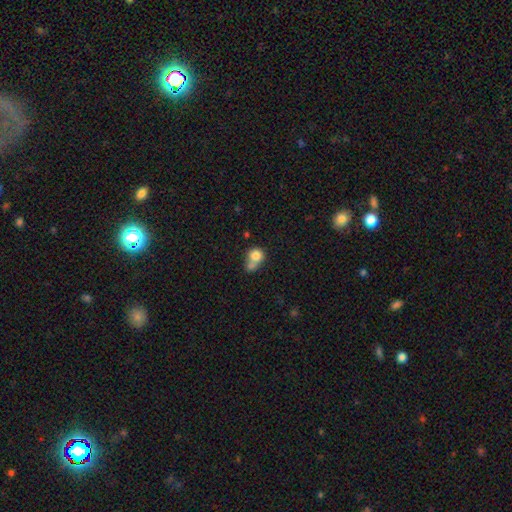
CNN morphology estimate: type=smooth (79%); roundness=round (74%); merging=merger (52%).